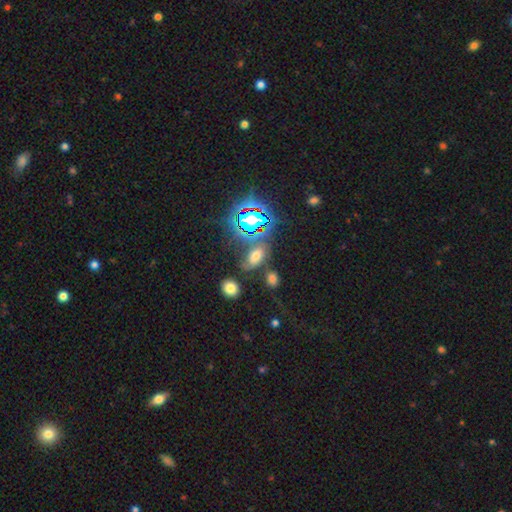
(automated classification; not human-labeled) Morphology: type=smooth (47%); merging=none (59%).